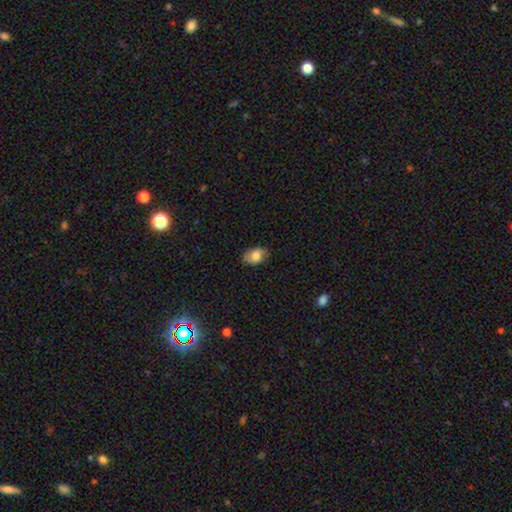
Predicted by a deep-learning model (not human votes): Smooth or featured?
  - smooth: 79% *
  - featured or disk: 14%
  - star or artifact: 8%
How rounded?
  - in between: 86% *
  - round: 13%
  - cigar-shaped: 1%
Merging?
  - none: 80% *
  - minor disturbance: 16%
  - major disturbance: 3%
  - merger: 1%